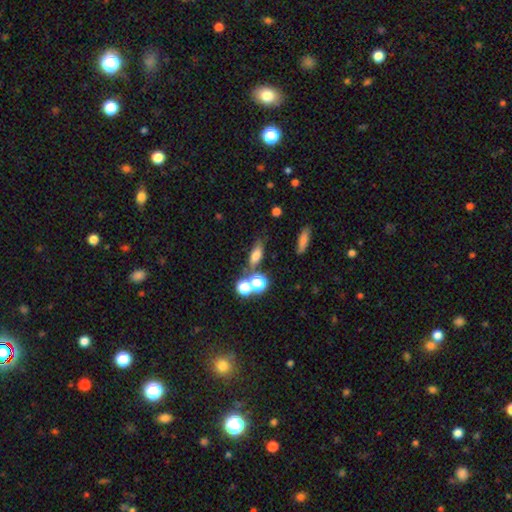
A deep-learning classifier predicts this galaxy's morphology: smooth-or-featured: smooth: 67% | star or artifact: 16% | featured or disk: 16%
  how-rounded: in between: 60% | cigar-shaped: 24% | round: 16%
  merging: none: 61% | merger: 17% | minor disturbance: 16% | major disturbance: 6%